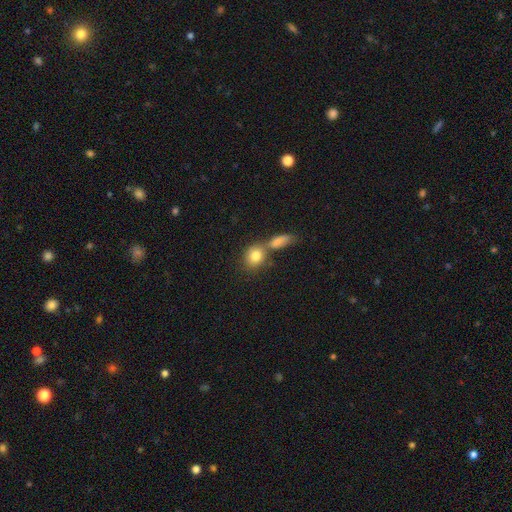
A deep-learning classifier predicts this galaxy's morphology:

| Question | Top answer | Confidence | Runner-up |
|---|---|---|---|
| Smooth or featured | smooth | 81% | featured or disk (11%) |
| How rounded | round | 61% | in between (36%) |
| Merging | merger | 44% | none (42%) |